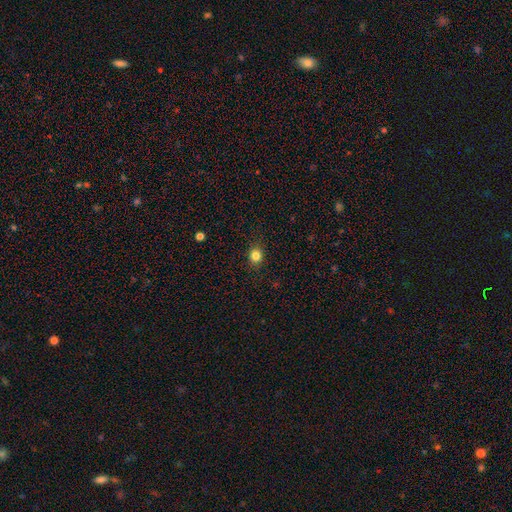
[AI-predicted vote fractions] smooth_or_featured: smooth (p=0.83) [alt: star or artifact p=0.12]
how_rounded: round (p=0.74) [alt: in between p=0.25]
merging: none (p=0.89) [alt: minor disturbance p=0.07]